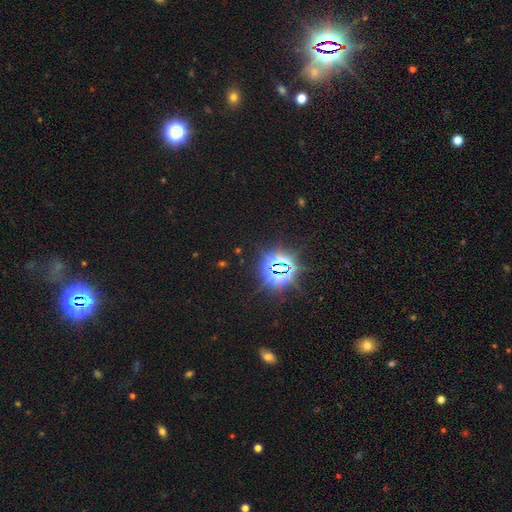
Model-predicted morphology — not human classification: smooth_or_featured: star or artifact (p=0.79) [alt: smooth p=0.14]